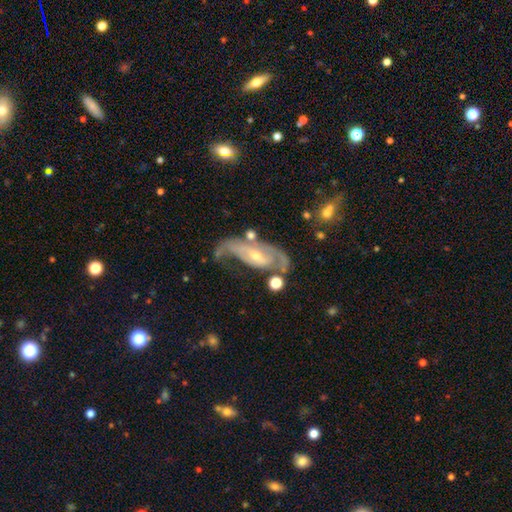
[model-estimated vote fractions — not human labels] This is clearly a featured or disk galaxy (81%). It is clearly not viewed edge-on (91%). Bar: marginally no (40%). Spiral arm pattern: clearly yes (86%). Spiral arm count: likely 2 (62%). Spiral winding: marginally medium (40%). Central bulge: possibly small (53%). Merging: marginally none (42%).